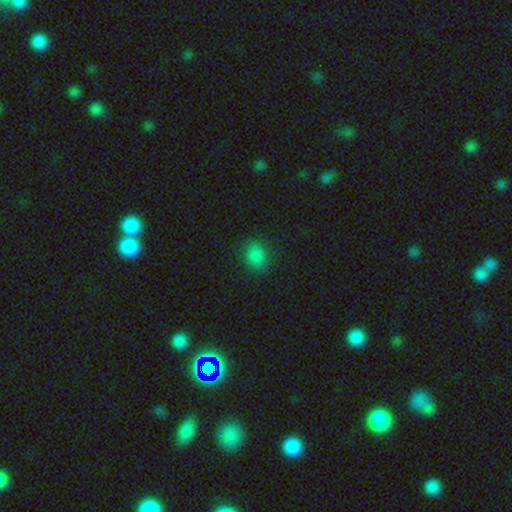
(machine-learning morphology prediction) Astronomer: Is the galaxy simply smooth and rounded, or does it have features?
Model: smooth — 82%.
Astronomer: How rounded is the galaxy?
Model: in between — 58% (runner-up: round, 40%).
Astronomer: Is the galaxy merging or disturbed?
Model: none — 85%.